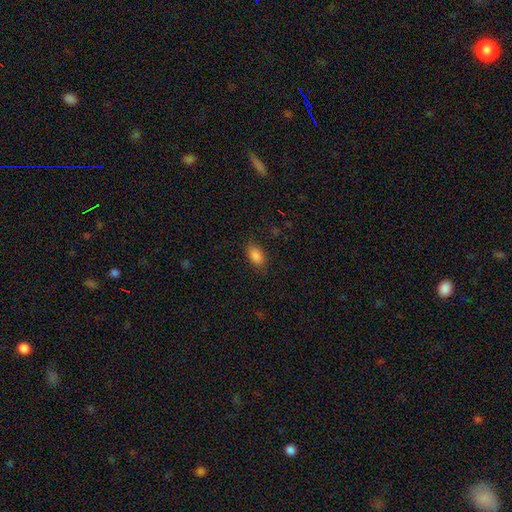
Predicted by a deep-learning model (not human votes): smooth_or_featured: smooth (p=0.87) [alt: star or artifact p=0.09]
how_rounded: in between (p=0.91) [alt: round p=0.06]
merging: none (p=0.84) [alt: minor disturbance p=0.12]